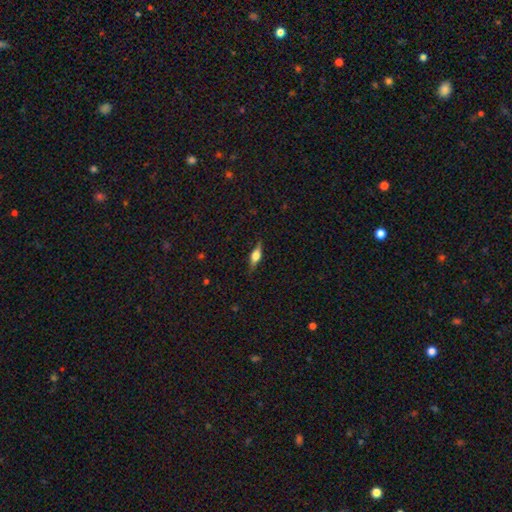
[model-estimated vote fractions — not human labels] smooth-or-featured: featured or disk: 53% | smooth: 38% | star or artifact: 8%
  disk-edge-on: yes: 95% | no: 5%
    edge-on-bulge: rounded: 89% | boxy: 9% | none: 2%
  merging: none: 84% | minor disturbance: 12% | major disturbance: 3% | merger: 1%